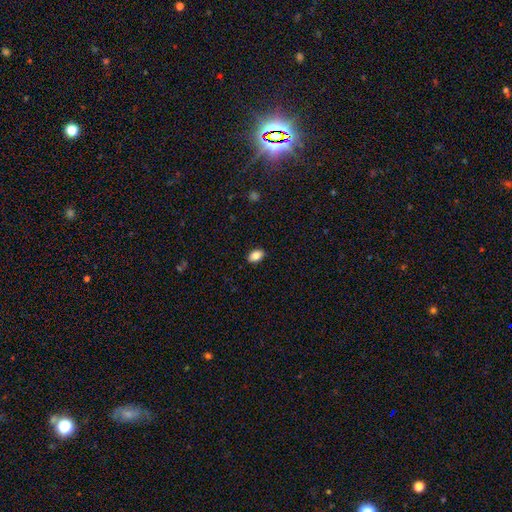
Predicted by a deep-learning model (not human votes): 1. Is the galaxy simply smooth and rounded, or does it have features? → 84% smooth, 8% star or artifact, 7% featured or disk.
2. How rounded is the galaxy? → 86% in between, 13% round, 2% cigar-shaped.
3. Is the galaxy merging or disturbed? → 89% none, 8% minor disturbance, 2% major disturbance, 1% merger.